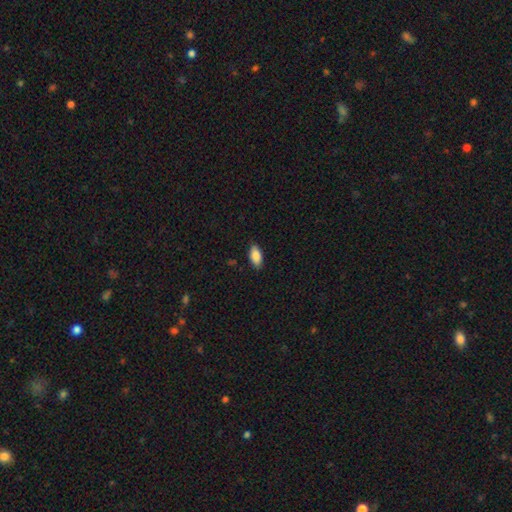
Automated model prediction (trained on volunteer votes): This appears to be a smooth galaxy with no disk features (87%) that is in between round and cigar-shaped (92%). Merging: none (87%).